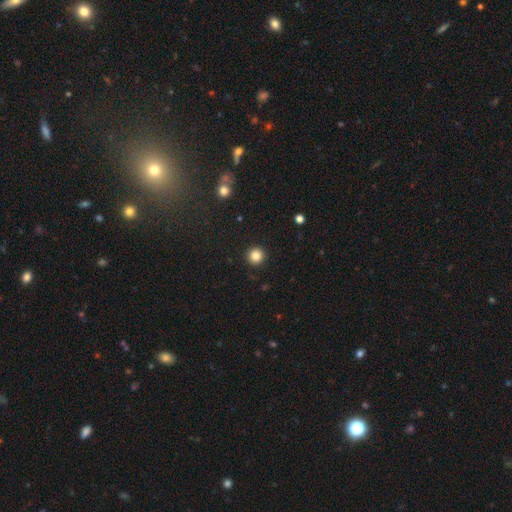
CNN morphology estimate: smooth-or-featured: smooth: 84% | star or artifact: 11% | featured or disk: 5%
  how-rounded: round: 95% | in between: 4% | cigar-shaped: 1%
  merging: none: 93% | minor disturbance: 4% | major disturbance: 2% | merger: 1%